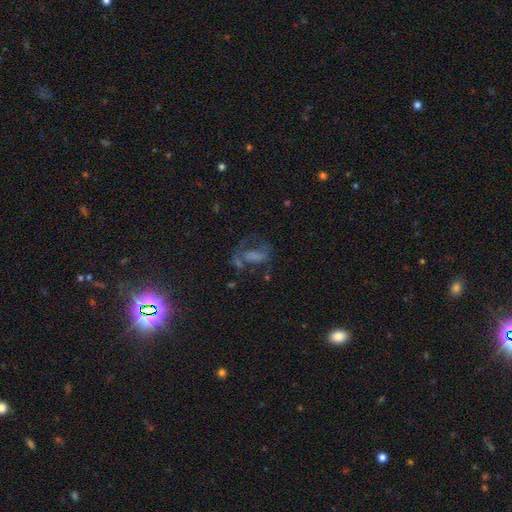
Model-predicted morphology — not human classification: The model was most divided on "smooth or featured": featured or disk: 44%, star or artifact: 38%, smooth: 19%. More confident: merging — none (56%).